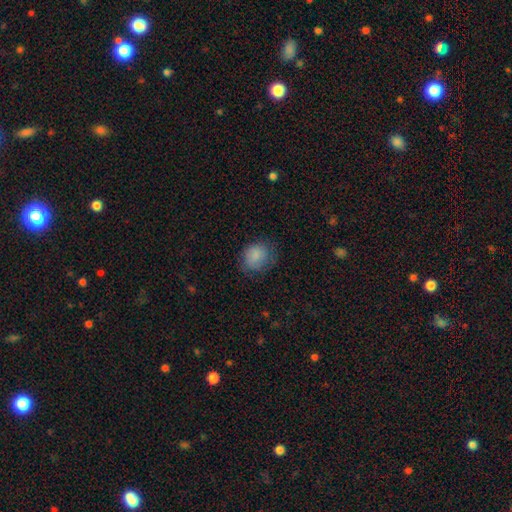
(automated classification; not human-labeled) Smooth or featured? Predicted: smooth (p=0.85). How rounded? Predicted: round (p=0.65). Merging? Predicted: none (p=0.69).